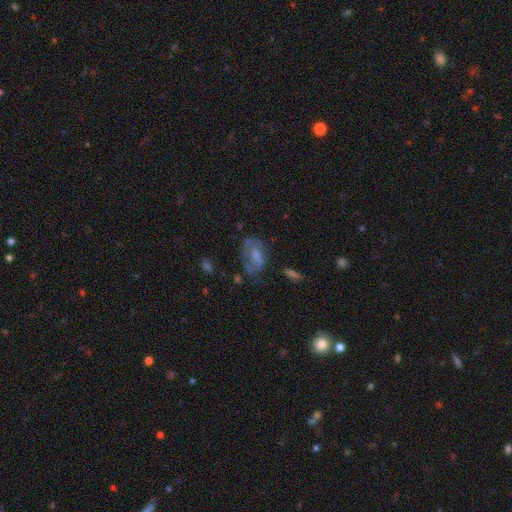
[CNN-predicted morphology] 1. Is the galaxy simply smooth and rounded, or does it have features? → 47% smooth, 42% featured or disk, 11% star or artifact.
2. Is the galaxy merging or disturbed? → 45% none, 27% minor disturbance, 23% major disturbance, 5% merger.